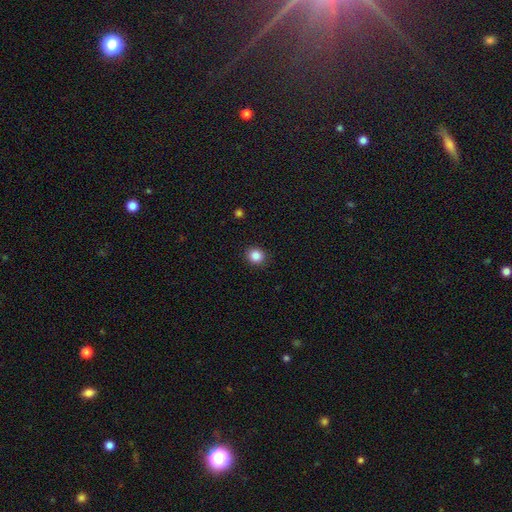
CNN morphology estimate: Smooth or featured: smooth — 86% (star or artifact — 11%)
How rounded: round — 84% (in between — 15%)
Merging: none — 91% (minor disturbance — 6%)